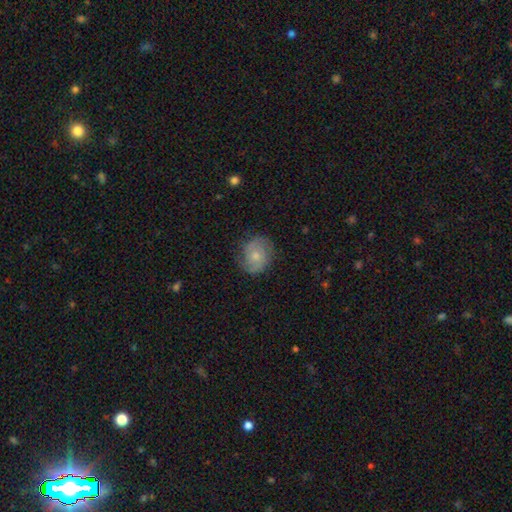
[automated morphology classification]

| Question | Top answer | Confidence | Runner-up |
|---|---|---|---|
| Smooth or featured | smooth | 52% | featured or disk (41%) |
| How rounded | round | 71% | in between (28%) |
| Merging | none | 73% | minor disturbance (19%) |